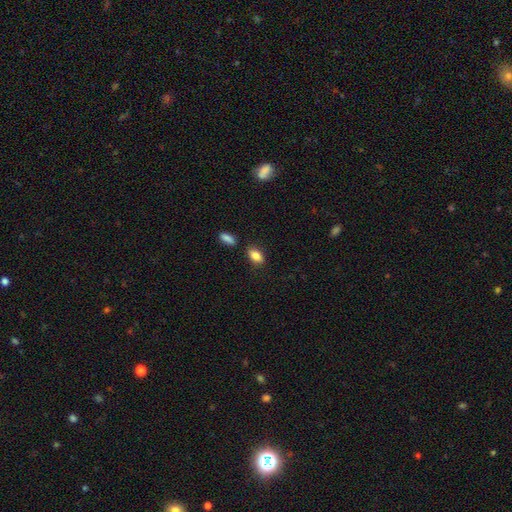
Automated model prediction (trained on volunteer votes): Morphology: type=smooth (84%); roundness=in between (86%); merging=none (80%).